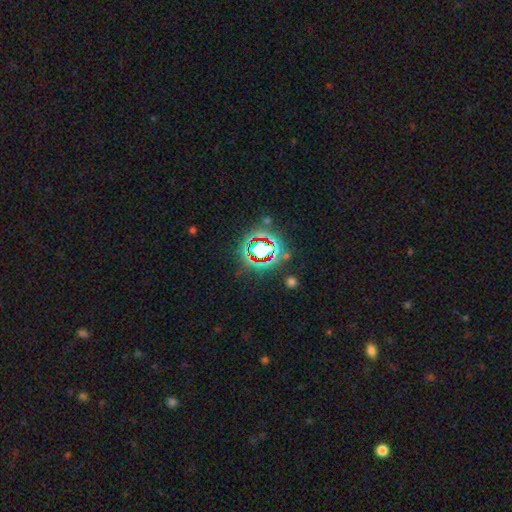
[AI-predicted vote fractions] star or artifact 77%, smooth 13%, featured or disk 10%.